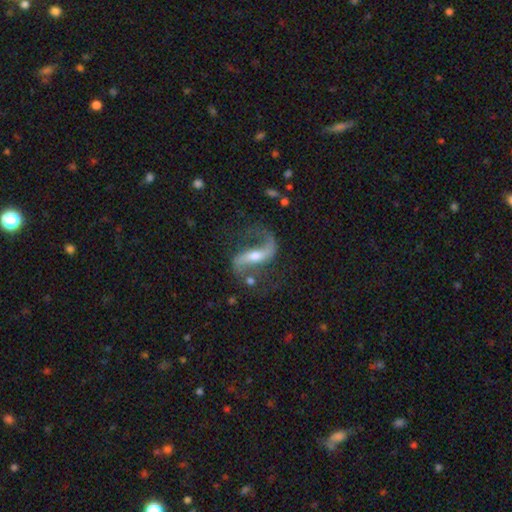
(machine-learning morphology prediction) Q: Smooth or featured?
A: featured or disk (90%); runner-up: star or artifact (6%)
Q: Edge-on disk?
A: no (94%); runner-up: yes (6%)
Q: Bar?
A: strong (54%); runner-up: weak (28%)
Q: Spiral arms?
A: yes (97%); runner-up: no (3%)
Q: Spiral winding?
A: loose (64%); runner-up: medium (29%)
Q: Spiral arm count?
A: 2 (91%); runner-up: 1 (5%)
Q: Bulge size?
A: moderate (48%); runner-up: small (45%)
Q: Merging?
A: none (73%); runner-up: minor disturbance (14%)